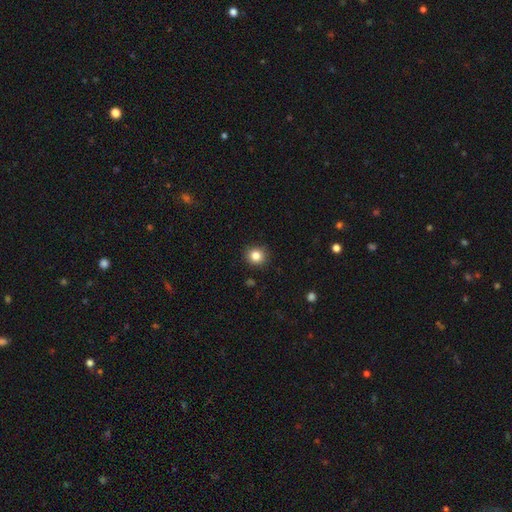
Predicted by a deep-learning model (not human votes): The model was most divided on "smooth or featured": smooth: 84%, star or artifact: 11%, featured or disk: 5%. More confident: merging — none (91%); how rounded — round (90%).